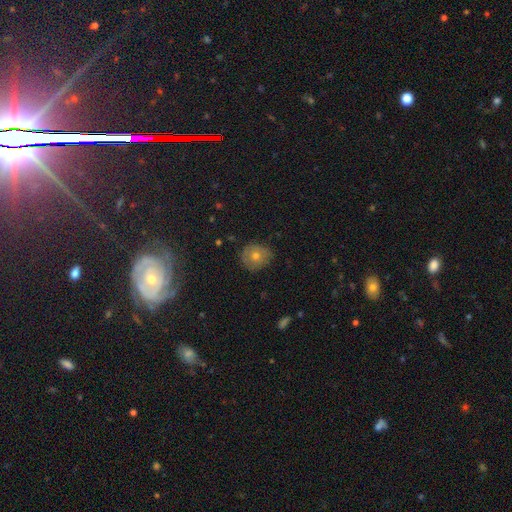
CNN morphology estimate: smooth-or-featured: smooth: 51% | featured or disk: 31% | star or artifact: 18%
  how-rounded: round: 83% | in between: 16% | cigar-shaped: 1%
  merging: none: 82% | minor disturbance: 14% | major disturbance: 4% | merger: 1%